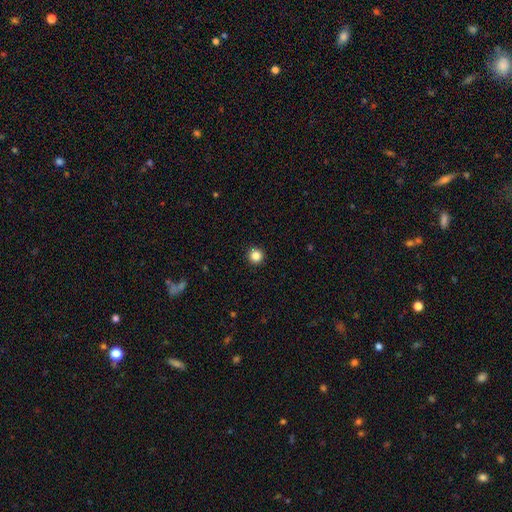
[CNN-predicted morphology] smooth 84%, star or artifact 12%, featured or disk 4%. Down the decision tree: how rounded — round (96%); merging — none (94%).